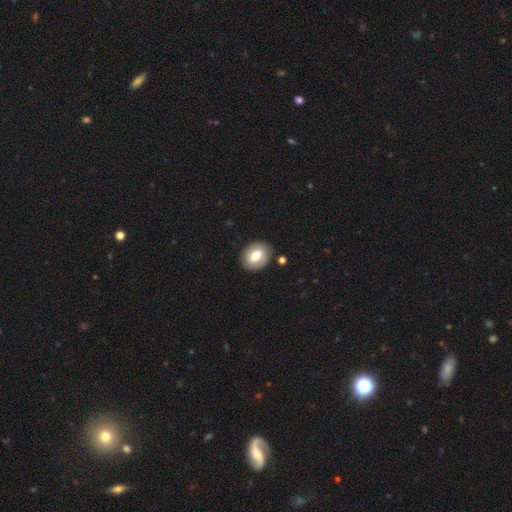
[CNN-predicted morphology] smooth_or_featured: smooth (p=0.64) [alt: featured or disk p=0.28]
how_rounded: in between (p=0.53) [alt: round p=0.46]
merging: none (p=0.82) [alt: minor disturbance p=0.12]